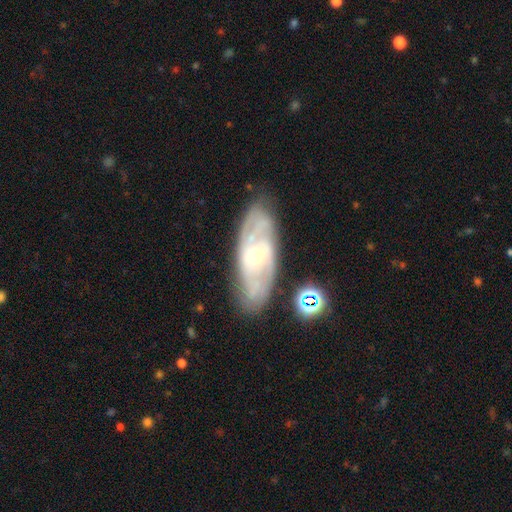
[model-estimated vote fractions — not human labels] Smooth or featured?
  - featured or disk: 79% *
  - smooth: 14%
  - star or artifact: 7%
Edge-on disk?
  - no: 87% *
  - yes: 13%
Bar?
  - no: 62% *
  - weak: 31%
  - strong: 8%
Spiral arms?
  - yes: 91% *
  - no: 9%
Spiral winding?
  - tight: 59% *
  - medium: 33%
  - loose: 8%
Spiral arm count?
  - can't tell: 40% *
  - 2: 24%
  - 3: 19%
  - 4: 10%
  - more than 4: 4%
  - 1: 4%
Bulge size?
  - small: 56% *
  - moderate: 40%
  - large: 2%
  - none: 1%
  - dominant: 1%
Merging?
  - none: 78% *
  - minor disturbance: 15%
  - major disturbance: 4%
  - merger: 3%